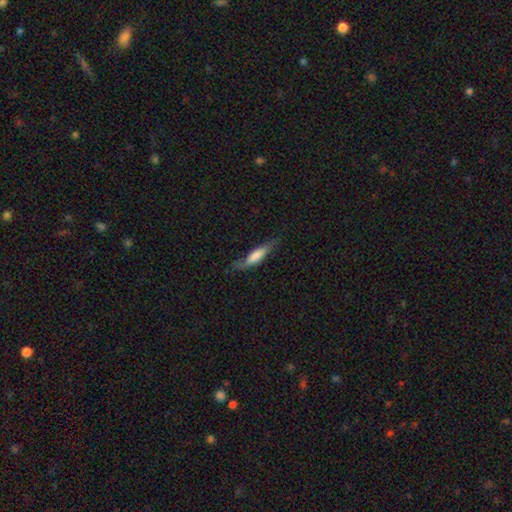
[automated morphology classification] Overall: smooth (61%; featured or disk 32%). How rounded: cigar-shaped (73%). Merging: none (64%; minor disturbance 26%).